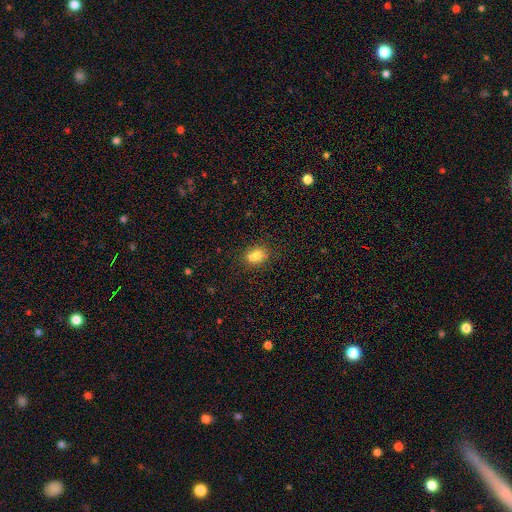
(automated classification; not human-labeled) A smooth galaxy with no disk features (71%) that is round (50%).

Vote fractions:
- Smooth or featured? smooth: 71% / featured or disk: 16% / star or artifact: 12%
- How rounded? round: 50% / in between: 49% / cigar-shaped: 2%
- Merging? none: 43% / merger: 42% / minor disturbance: 11% / major disturbance: 4%